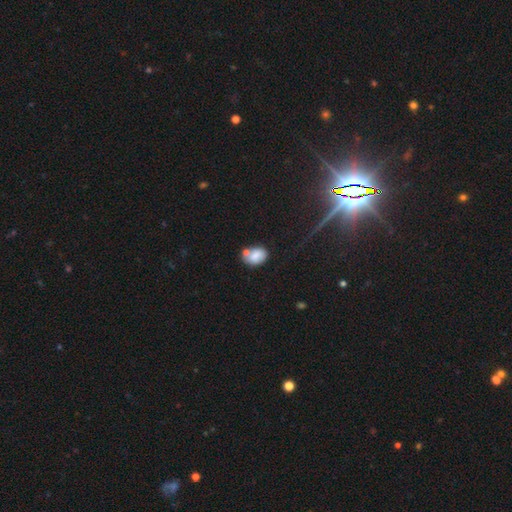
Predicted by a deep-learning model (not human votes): Q: Smooth or featured?
A: smooth (79%); runner-up: featured or disk (12%)
Q: How rounded?
A: in between (72%); runner-up: round (27%)
Q: Merging?
A: none (47%); runner-up: merger (30%)